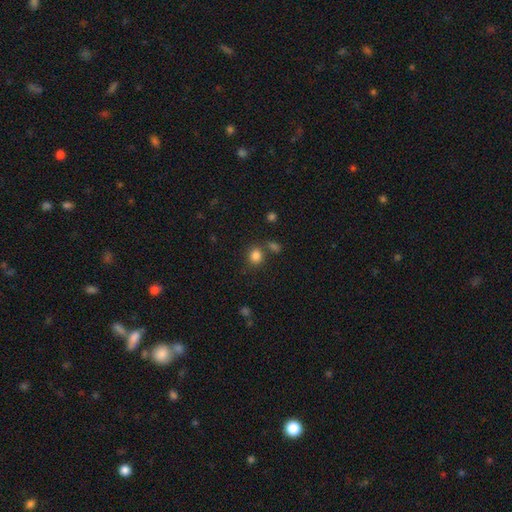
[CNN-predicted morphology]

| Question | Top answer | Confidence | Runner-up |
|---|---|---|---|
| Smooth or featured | smooth | 83% | star or artifact (12%) |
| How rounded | round | 76% | in between (23%) |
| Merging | none | 73% | merger (13%) |